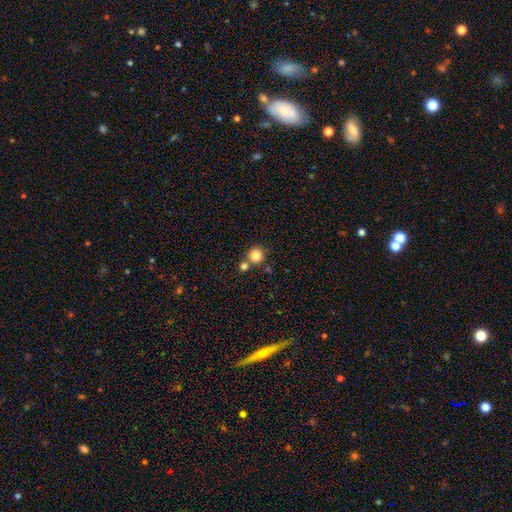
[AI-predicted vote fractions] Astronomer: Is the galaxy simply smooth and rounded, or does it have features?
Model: smooth — 83%.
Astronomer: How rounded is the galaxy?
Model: round — 94%.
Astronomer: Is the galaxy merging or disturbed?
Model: none — 69%.